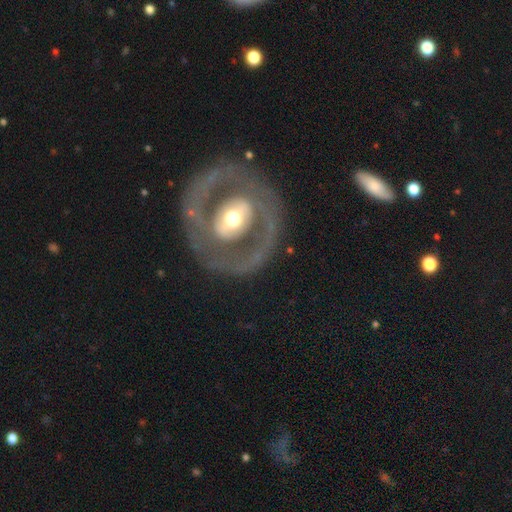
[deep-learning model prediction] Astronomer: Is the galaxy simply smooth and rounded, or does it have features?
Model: featured or disk — 76%.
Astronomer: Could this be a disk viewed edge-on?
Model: no — 93%.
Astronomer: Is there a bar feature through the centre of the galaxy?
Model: no — 49% (runner-up: weak, 26%).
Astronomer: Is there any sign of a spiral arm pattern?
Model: no — 62% (runner-up: yes, 38%).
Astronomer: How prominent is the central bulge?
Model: moderate — 62%.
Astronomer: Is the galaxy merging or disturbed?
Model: none — 78%.